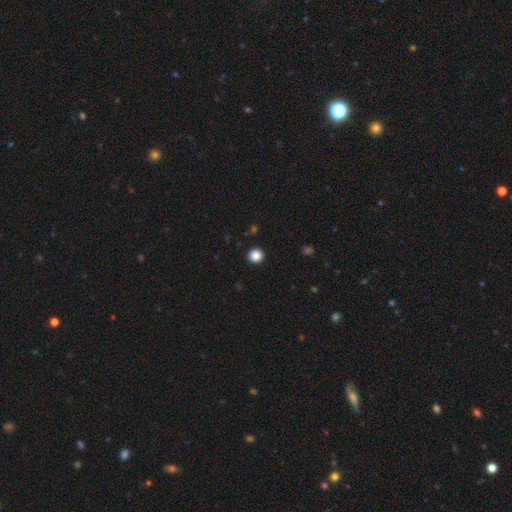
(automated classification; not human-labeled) smooth_or_featured: smooth (p=0.86) [alt: star or artifact p=0.11]
how_rounded: round (p=0.93) [alt: in between p=0.06]
merging: none (p=0.93) [alt: minor disturbance p=0.04]